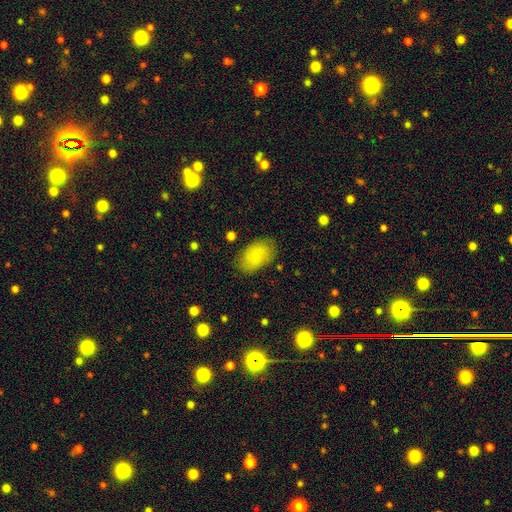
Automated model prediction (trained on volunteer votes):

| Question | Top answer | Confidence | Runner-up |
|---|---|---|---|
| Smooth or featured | smooth | 78% | featured or disk (15%) |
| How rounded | in between | 91% | round (8%) |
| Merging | none | 80% | minor disturbance (15%) |